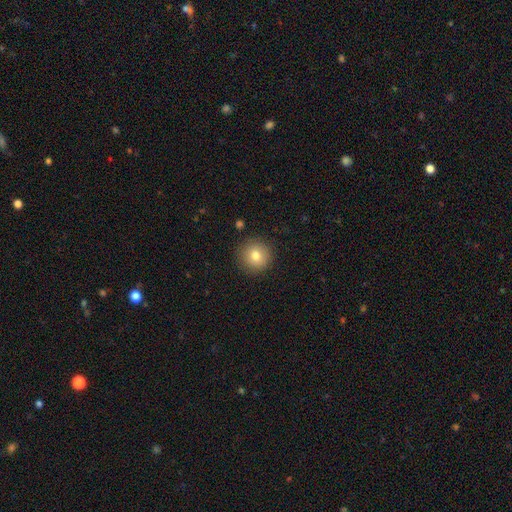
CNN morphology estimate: smooth 79%, featured or disk 11%, star or artifact 10%. Down the decision tree: how rounded — round (94%); merging — none (89%).